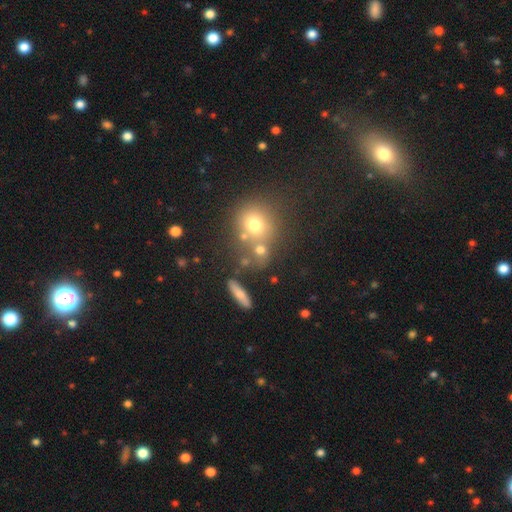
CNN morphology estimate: This is possibly a smooth galaxy (59%). How rounded: likely round (72%). Merging: possibly none (58%).